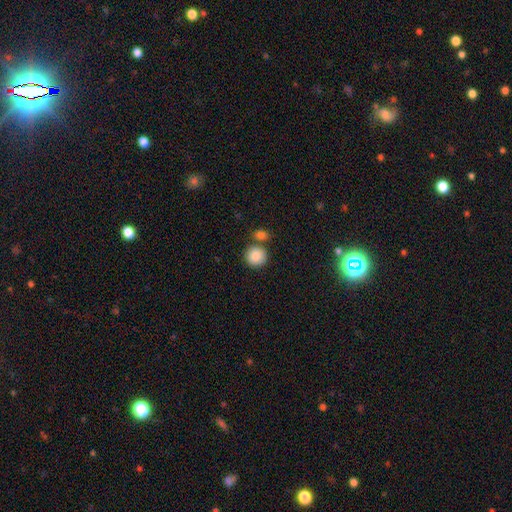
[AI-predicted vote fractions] smooth 87%, star or artifact 8%, featured or disk 5%. Down the decision tree: how rounded — round (91%); merging — none (69%).